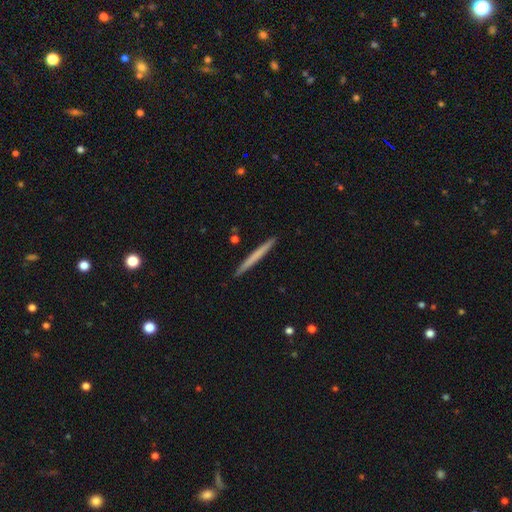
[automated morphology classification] A smooth galaxy with no disk features (60%) that is cigar-shaped (97%).

Vote fractions:
- Smooth or featured? smooth: 60% / featured or disk: 35% / star or artifact: 5%
- How rounded? cigar-shaped: 97% / in between: 1% / round: 1%
- Merging? none: 92% / minor disturbance: 5% / merger: 1% / major disturbance: 1%